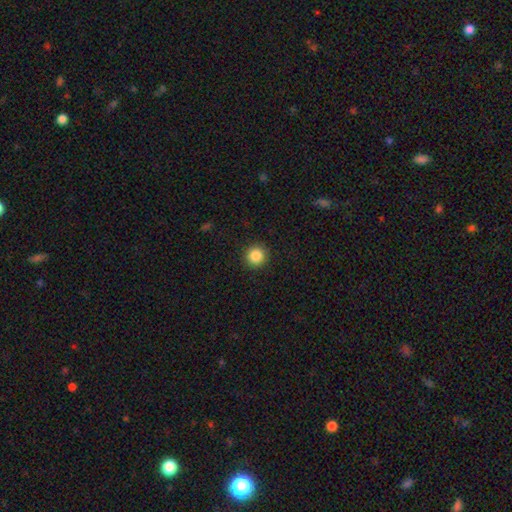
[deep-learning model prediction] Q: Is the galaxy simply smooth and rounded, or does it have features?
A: smooth — 86%.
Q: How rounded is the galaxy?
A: round — 94%.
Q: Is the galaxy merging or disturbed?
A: none — 92%.